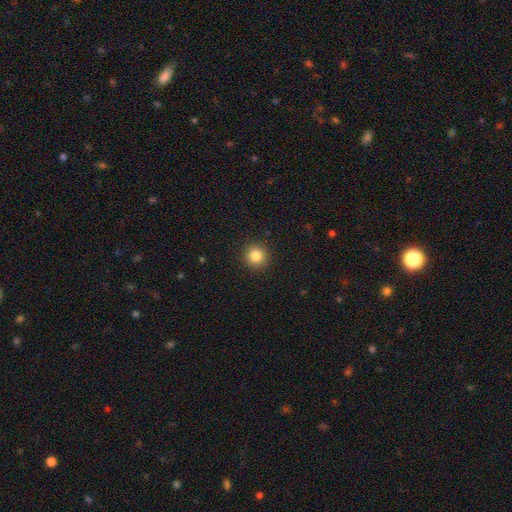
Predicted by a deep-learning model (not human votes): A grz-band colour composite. It shows a smooth galaxy with no disk features (85%) that is round (94%). Merging: none (92%).